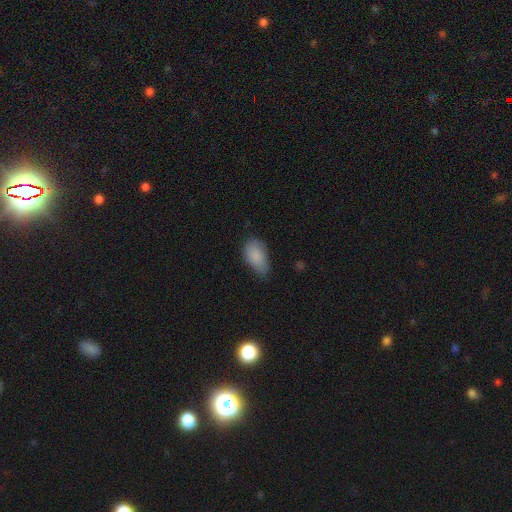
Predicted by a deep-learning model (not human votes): The model was most divided on "merging": none: 47%, minor disturbance: 42%, major disturbance: 9%, merger: 2%. More confident: how rounded — in between (92%); smooth or featured — smooth (85%).